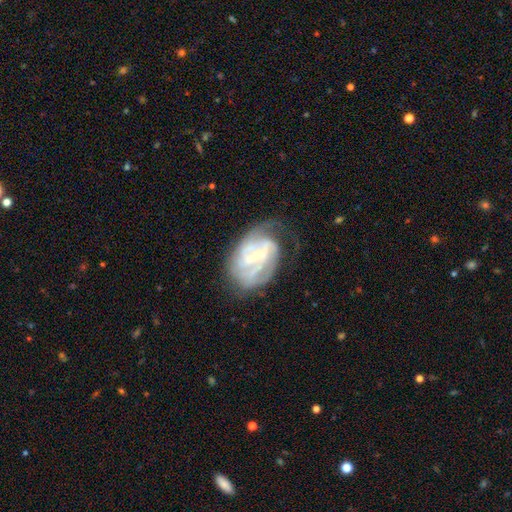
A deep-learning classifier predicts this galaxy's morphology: Smooth or featured? Predicted: featured or disk (p=0.84). Edge-on disk? Predicted: no (p=0.96). Bar? Predicted: weak (p=0.44). Spiral arms? Predicted: yes (p=0.90). Spiral winding? Predicted: tight (p=0.47). Spiral arm count? Predicted: 2 (p=0.34). Bulge size? Predicted: small (p=0.64). Merging? Predicted: none (p=0.53).